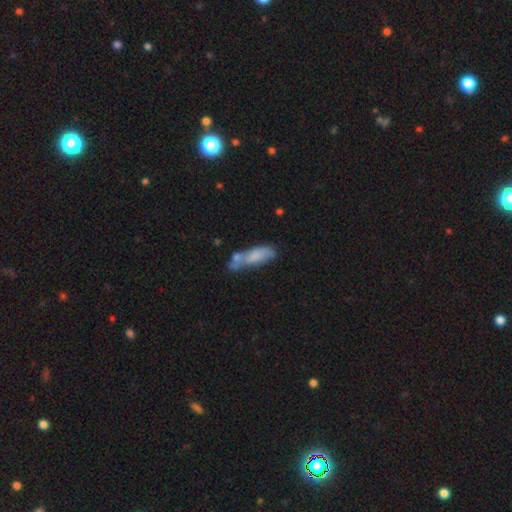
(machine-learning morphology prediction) Smooth or featured? smooth (66%)
How rounded? in between (52%)
Merging? merger (35%)